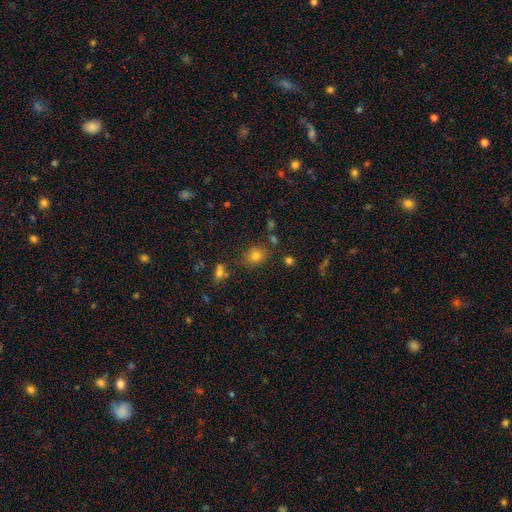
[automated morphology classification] smooth-or-featured: smooth: 76% | star or artifact: 16% | featured or disk: 8%
  how-rounded: round: 62% | in between: 37% | cigar-shaped: 1%
  merging: none: 77% | minor disturbance: 13% | merger: 6% | major disturbance: 4%